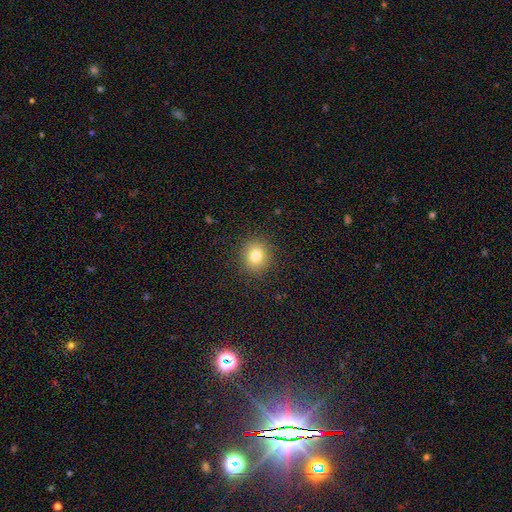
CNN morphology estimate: Smooth or featured? smooth (79%)
How rounded? round (79%)
Merging? none (89%)